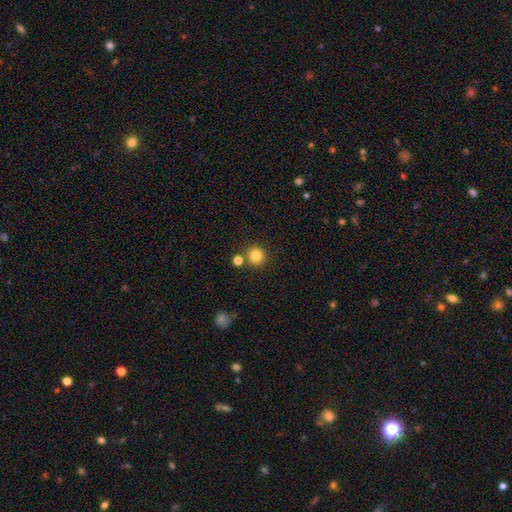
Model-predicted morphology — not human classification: Q: Smooth or featured?
A: smooth (82%); runner-up: star or artifact (12%)
Q: How rounded?
A: round (93%); runner-up: in between (6%)
Q: Merging?
A: none (80%); runner-up: merger (10%)